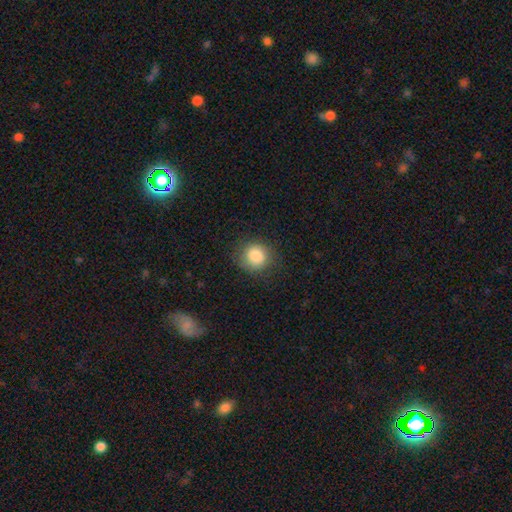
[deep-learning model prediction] Smooth or featured?
  - smooth: 86% *
  - star or artifact: 9%
  - featured or disk: 6%
How rounded?
  - round: 85% *
  - in between: 14%
  - cigar-shaped: 1%
Merging?
  - none: 82% *
  - minor disturbance: 13%
  - major disturbance: 4%
  - merger: 1%